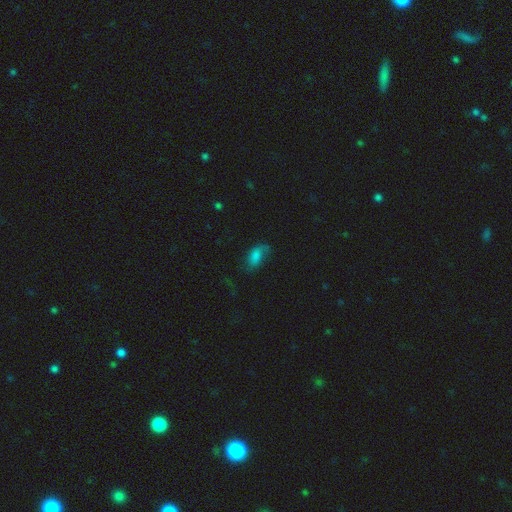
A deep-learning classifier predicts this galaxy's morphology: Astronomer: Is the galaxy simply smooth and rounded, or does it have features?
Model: smooth — 62%.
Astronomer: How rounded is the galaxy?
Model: in between — 88%.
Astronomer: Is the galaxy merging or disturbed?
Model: none — 47% (runner-up: minor disturbance, 28%).